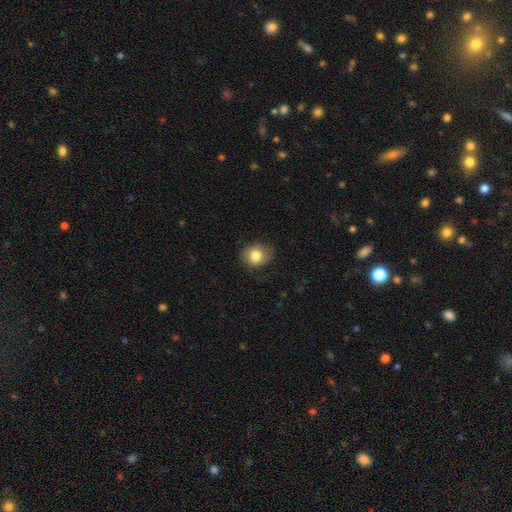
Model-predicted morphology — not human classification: Smooth or featured? smooth (81%)
How rounded? round (67%)
Merging? none (74%)